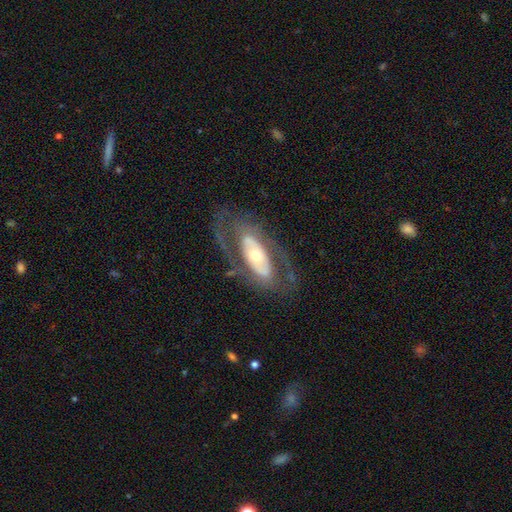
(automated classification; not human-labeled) The model was most divided on "spiral arms": yes: 55%, no: 45%. More confident: edge-on disk — no (88%); smooth or featured — featured or disk (75%); merging — none (70%); bar — no (62%); bulge size — moderate (55%).